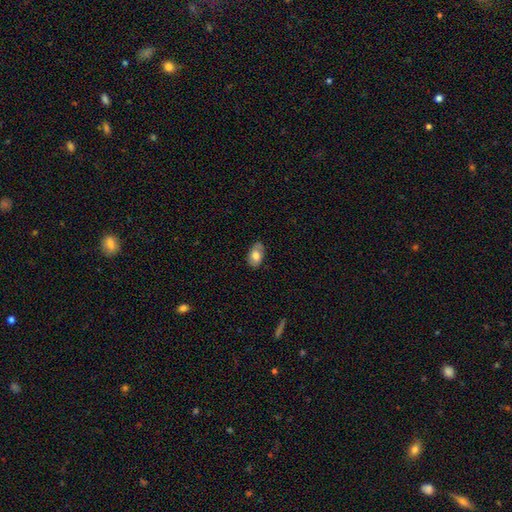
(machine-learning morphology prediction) The model was most divided on "smooth or featured": smooth: 71%, featured or disk: 22%, star or artifact: 7%. More confident: how rounded — in between (91%); merging — none (77%).